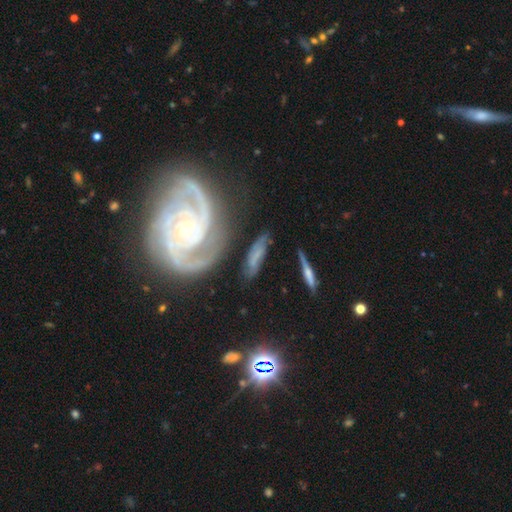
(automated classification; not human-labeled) A featured or disk galaxy (63%) with no bar (55%), spiral arms (88%) and a small central bulge (57%).

Vote fractions:
- Smooth or featured? featured or disk: 63% / smooth: 27% / star or artifact: 10%
- Edge-on disk? no: 83% / yes: 17%
- Bar? no: 55% / weak: 30% / strong: 15%
- Spiral arms? yes: 88% / no: 12%
- Bulge size? small: 57% / moderate: 29% / none: 8% / large: 3% / dominant: 2%
- Merging? none: 68% / minor disturbance: 19% / major disturbance: 8% / merger: 6%